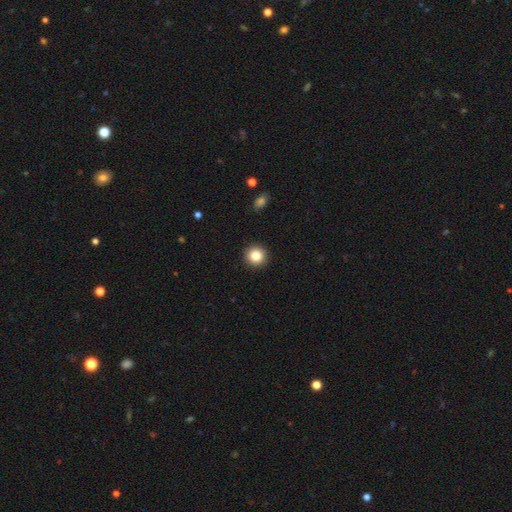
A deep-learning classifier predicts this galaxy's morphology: Q: Smooth or featured?
A: smooth (84%); runner-up: star or artifact (10%)
Q: How rounded?
A: round (95%); runner-up: in between (4%)
Q: Merging?
A: none (93%); runner-up: minor disturbance (5%)